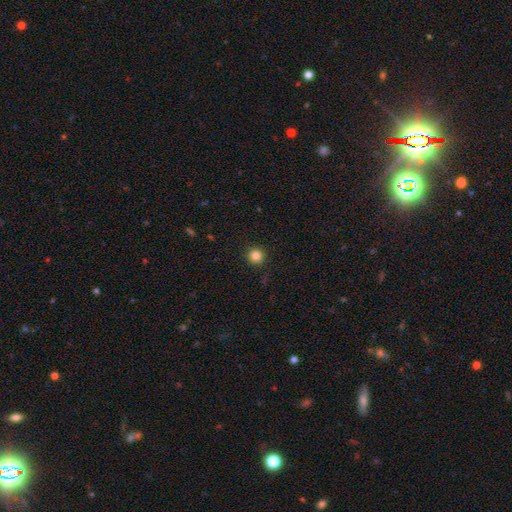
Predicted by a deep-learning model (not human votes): Q: Smooth or featured?
A: smooth (83%); runner-up: star or artifact (12%)
Q: How rounded?
A: round (95%); runner-up: in between (4%)
Q: Merging?
A: none (92%); runner-up: minor disturbance (5%)